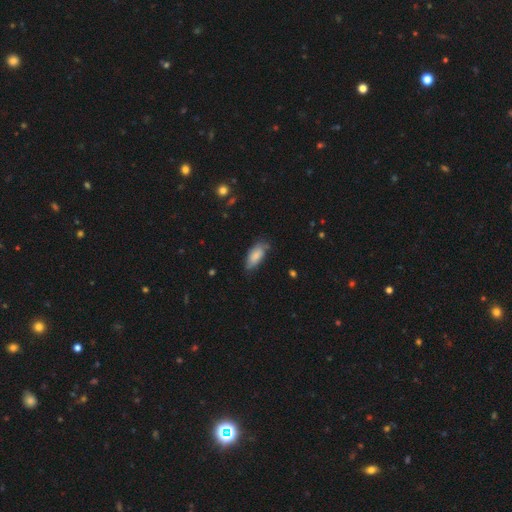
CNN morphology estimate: smooth 83%, featured or disk 10%, star or artifact 6%. Down the decision tree: how rounded — in between (84%); merging — none (65%).